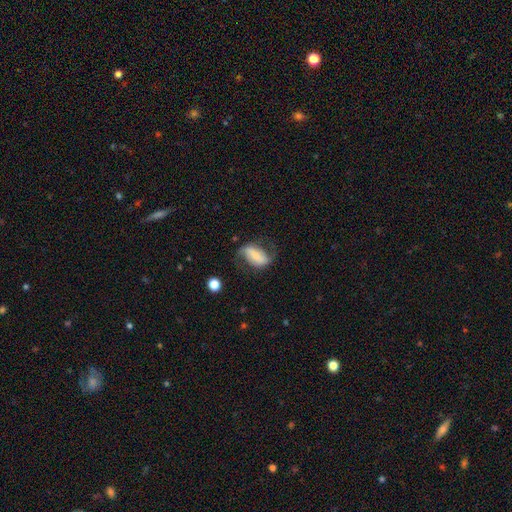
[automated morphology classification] type=featured or disk (60%); edge-on=no (93%); bar=strong (44%); spiral arms=yes (85%); bulge=small (49%); merging=none (56%).